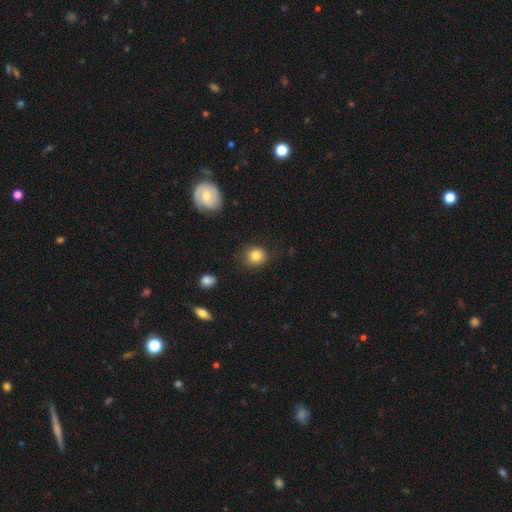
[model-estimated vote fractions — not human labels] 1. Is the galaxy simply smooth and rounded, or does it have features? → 82% smooth, 10% star or artifact, 8% featured or disk.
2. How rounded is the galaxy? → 84% round, 15% in between, 1% cigar-shaped.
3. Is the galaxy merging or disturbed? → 82% none, 13% minor disturbance, 4% major disturbance, 2% merger.